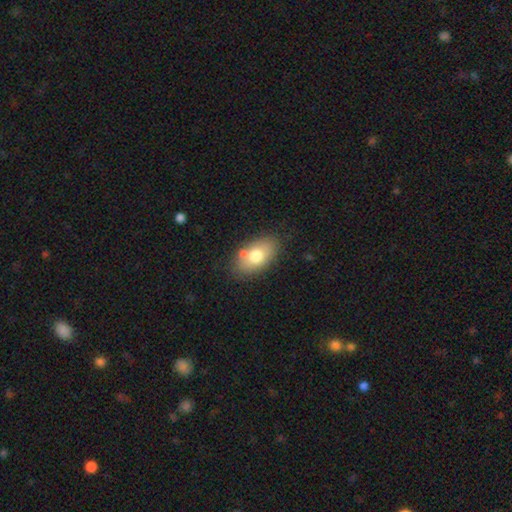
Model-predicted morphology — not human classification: A smooth galaxy with no disk features (71%) that is in between round and cigar-shaped (89%). Merging: none (71%).